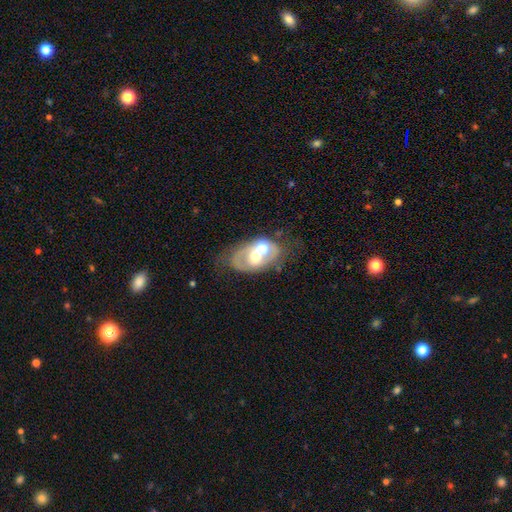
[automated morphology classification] smooth_or_featured: featured or disk (p=0.60) [alt: smooth p=0.30]
disk_edge_on: no (p=0.94) [alt: yes p=0.06]
bar: no (p=0.78) [alt: weak p=0.16]
has_spiral_arms: no (p=0.68) [alt: yes p=0.32]
bulge_size: moderate (p=0.65) [alt: large p=0.16]
merging: merger (p=0.37) [alt: none p=0.36]